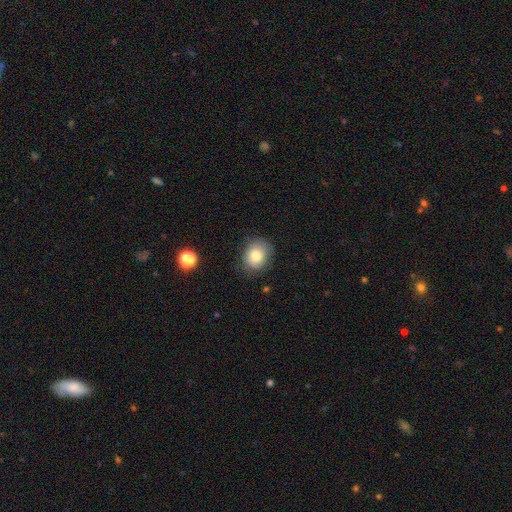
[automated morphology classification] smooth-or-featured: smooth: 80% | featured or disk: 11% | star or artifact: 9%
  how-rounded: round: 63% | in between: 37% | cigar-shaped: 1%
  merging: none: 78% | minor disturbance: 16% | major disturbance: 4% | merger: 1%